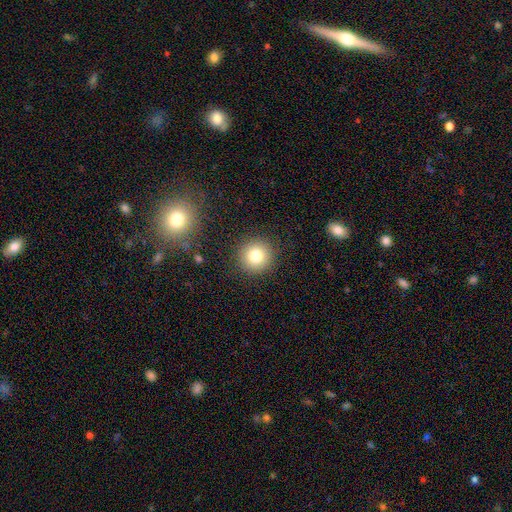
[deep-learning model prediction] The model was most divided on "smooth or featured": smooth: 79%, star or artifact: 12%, featured or disk: 9%. More confident: how rounded — round (93%); merging — none (90%).